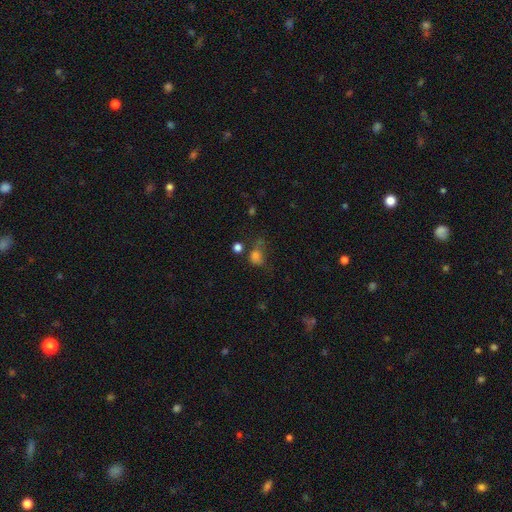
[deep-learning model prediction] Morphology: type=smooth (70%); roundness=round (58%); merging=none (37%).